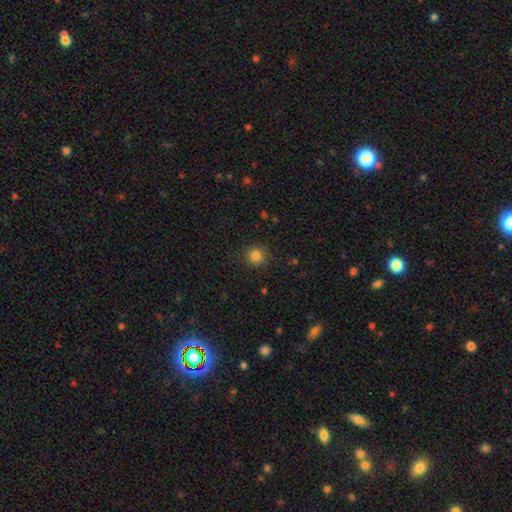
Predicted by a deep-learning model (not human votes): Smooth or featured?
  - smooth: 84% *
  - star or artifact: 12%
  - featured or disk: 4%
How rounded?
  - round: 93% *
  - in between: 6%
  - cigar-shaped: 1%
Merging?
  - none: 89% *
  - minor disturbance: 7%
  - major disturbance: 3%
  - merger: 1%